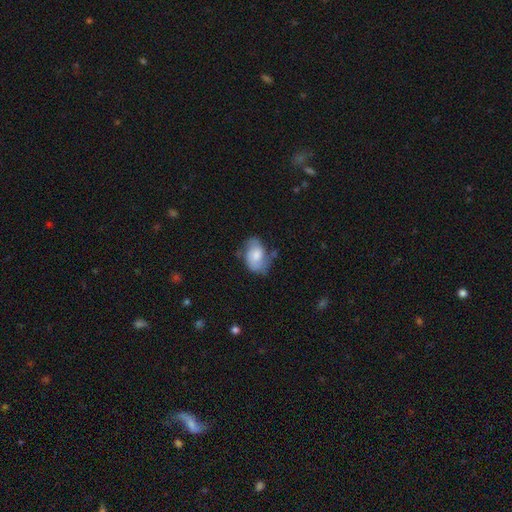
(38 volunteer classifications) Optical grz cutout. It shows a smooth galaxy with no disk features (63%) that is in between round and cigar-shaped (92%). Merging: minor disturbance (56%).